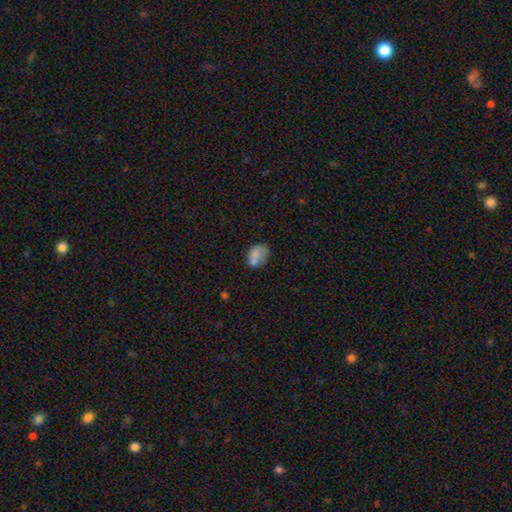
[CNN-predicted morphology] This is likely a smooth galaxy (71%). How rounded: likely in between (74%). Merging: marginally none (41%).